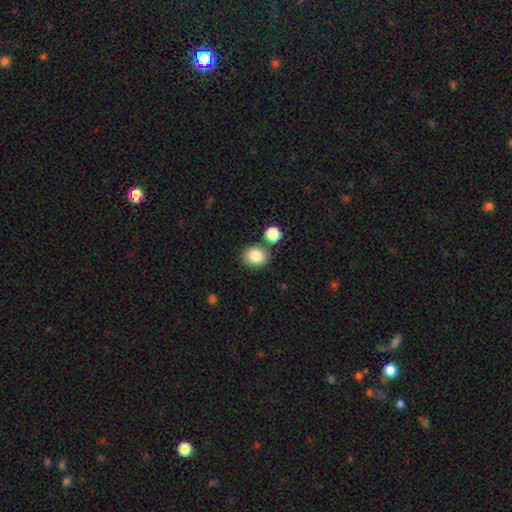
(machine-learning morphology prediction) Smooth or featured? smooth (84%)
How rounded? round (64%)
Merging? none (77%)